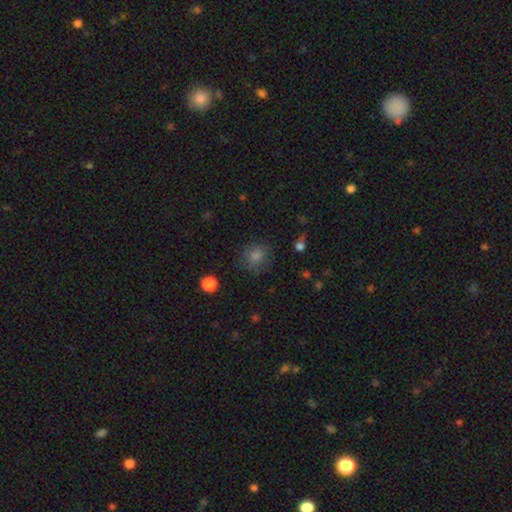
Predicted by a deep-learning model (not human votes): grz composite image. It shows a smooth galaxy with no disk features (76%) that is round (81%). Merging: none (82%).